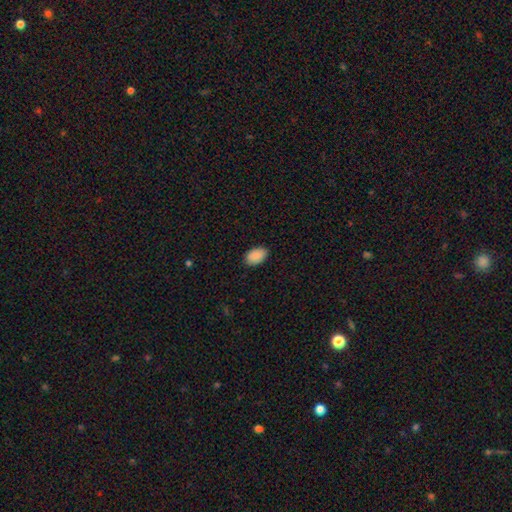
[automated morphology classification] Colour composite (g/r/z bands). It shows a smooth galaxy with no disk features (89%) that is in between round and cigar-shaped (92%). Merging: none (88%).